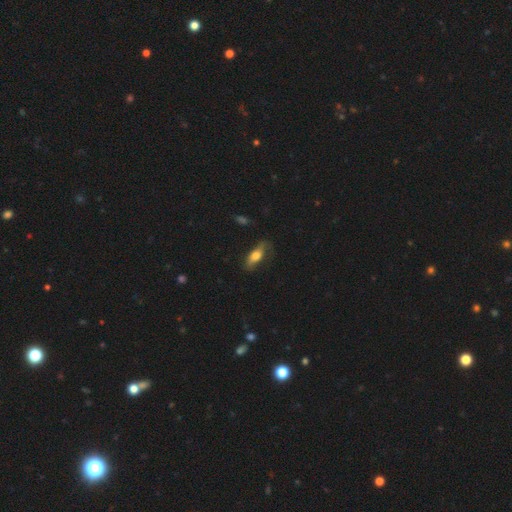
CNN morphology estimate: Smooth or featured: smooth — 63% (featured or disk — 30%)
How rounded: in between — 67% (cigar-shaped — 28%)
Merging: none — 64% (minor disturbance — 25%)